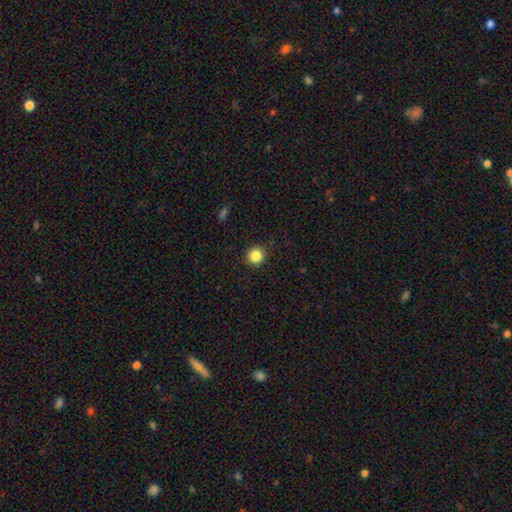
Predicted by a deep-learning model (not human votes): A smooth galaxy with no disk features (85%) that is round (93%). Merging: none (92%).